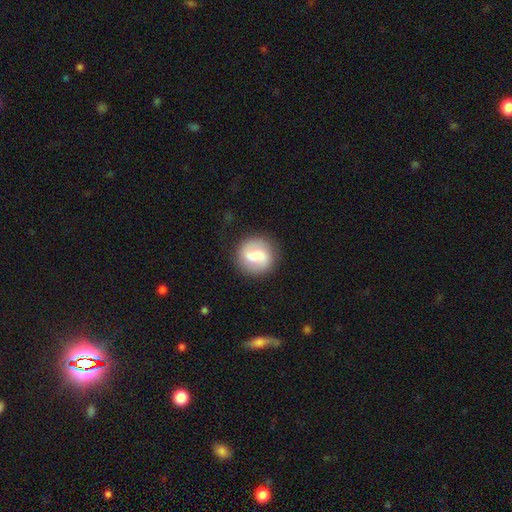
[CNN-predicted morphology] A featured or disk galaxy (56%) with a weak bar (45%), spiral arms (84%) and a moderate central bulge (30%).

Vote fractions:
- Smooth or featured? featured or disk: 56% / smooth: 38% / star or artifact: 7%
- Edge-on disk? no: 98% / yes: 2%
- Bar? weak: 45% / strong: 36% / no: 19%
- Spiral arms? yes: 84% / no: 16%
- Bulge size? moderate: 30% / small: 26% / none: 25% / large: 15% / dominant: 4%
- Merging? none: 82% / minor disturbance: 11% / major disturbance: 5% / merger: 2%